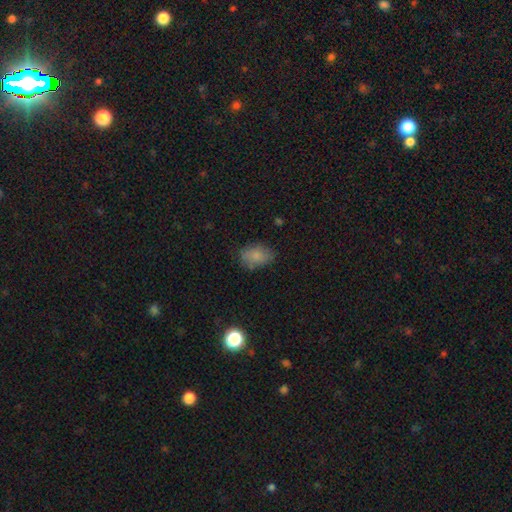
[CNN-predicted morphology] A smooth galaxy with no disk features (81%) that is in between round and cigar-shaped (84%).

Vote fractions:
- Smooth or featured? smooth: 81% / star or artifact: 10% / featured or disk: 9%
- How rounded? in between: 84% / round: 14% / cigar-shaped: 1%
- Merging? none: 72% / minor disturbance: 20% / major disturbance: 5% / merger: 2%